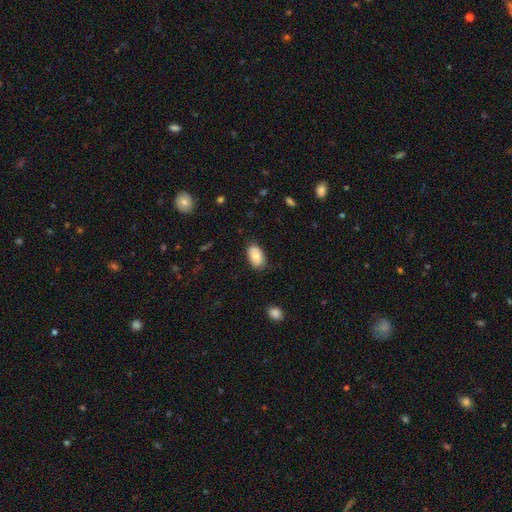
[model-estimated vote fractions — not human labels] Morphology: type=smooth (76%); roundness=in between (91%); merging=none (76%).